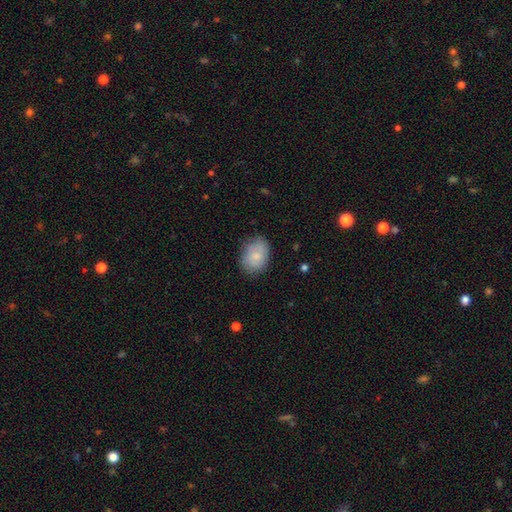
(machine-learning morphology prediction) smooth_or_featured: smooth (p=0.77) [alt: featured or disk p=0.16]
how_rounded: in between (p=0.73) [alt: round p=0.26]
merging: none (p=0.75) [alt: minor disturbance p=0.19]